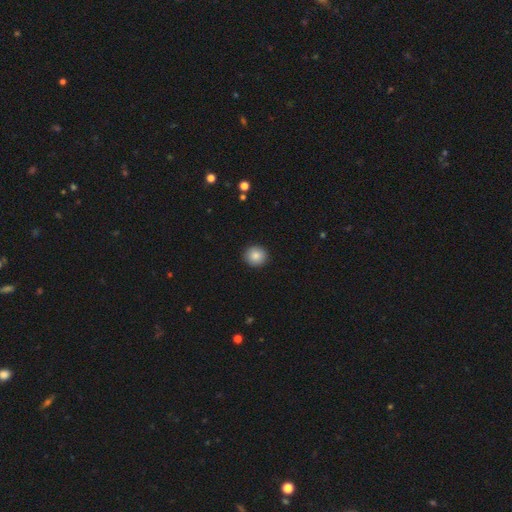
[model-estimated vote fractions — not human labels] This is clearly a smooth galaxy (85%). How rounded: clearly round (89%). Merging: clearly none (92%).